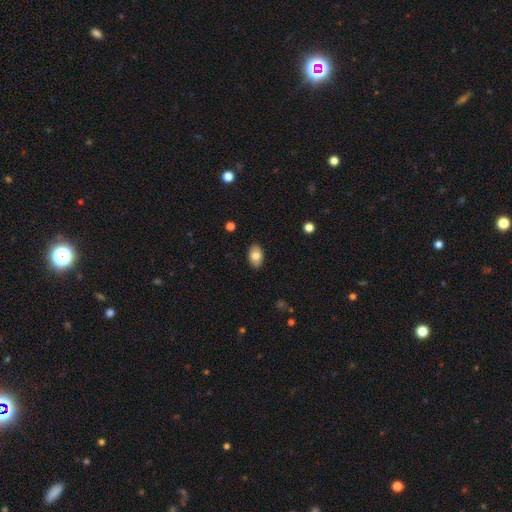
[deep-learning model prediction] A smooth galaxy with no disk features (82%) that is in between round and cigar-shaped (89%). Merging: none (88%).